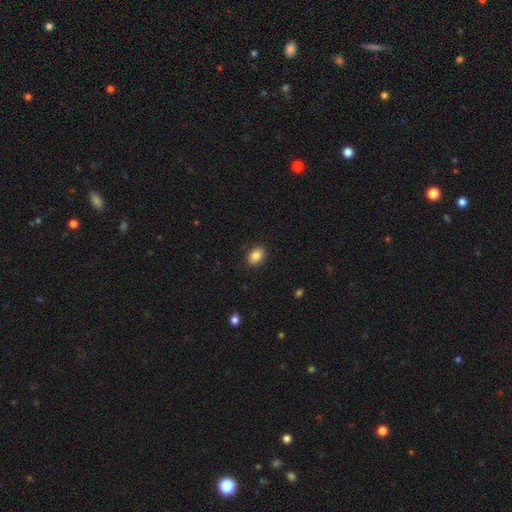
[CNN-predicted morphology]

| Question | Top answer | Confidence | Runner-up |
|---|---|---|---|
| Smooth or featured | smooth | 86% | star or artifact (8%) |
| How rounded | in between | 78% | round (21%) |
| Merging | none | 88% | minor disturbance (9%) |